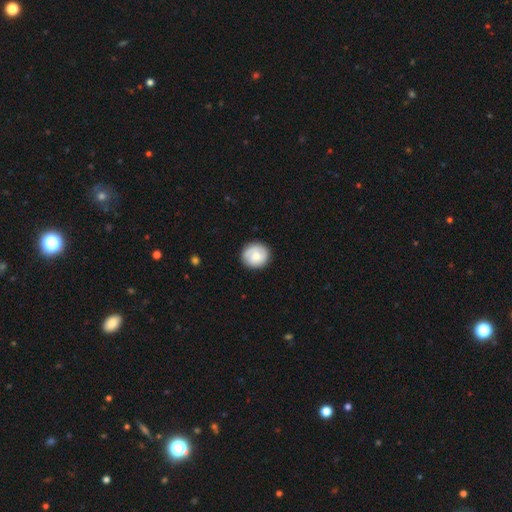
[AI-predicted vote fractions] This appears to be a smooth galaxy with no disk features (69%) that is round (88%). Merging: none (86%).